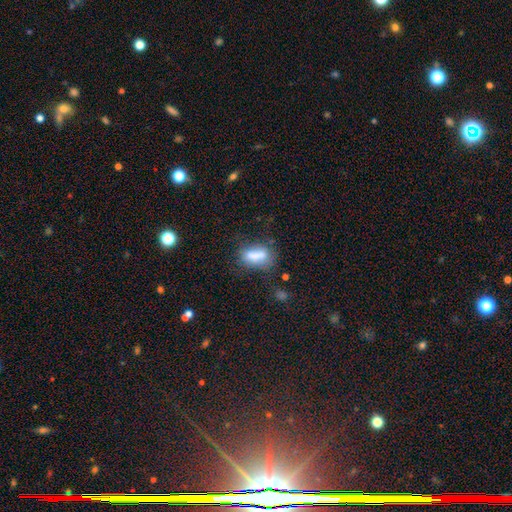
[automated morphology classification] Smooth or featured: smooth — 72% (featured or disk — 17%)
How rounded: in between — 76% (cigar-shaped — 16%)
Merging: none — 50% (minor disturbance — 24%)